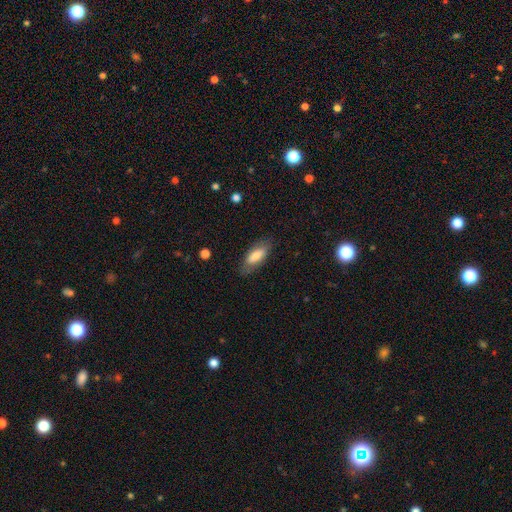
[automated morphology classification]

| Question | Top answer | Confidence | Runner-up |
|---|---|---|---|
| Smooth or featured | smooth | 77% | featured or disk (16%) |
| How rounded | in between | 77% | cigar-shaped (21%) |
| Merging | none | 79% | minor disturbance (15%) |